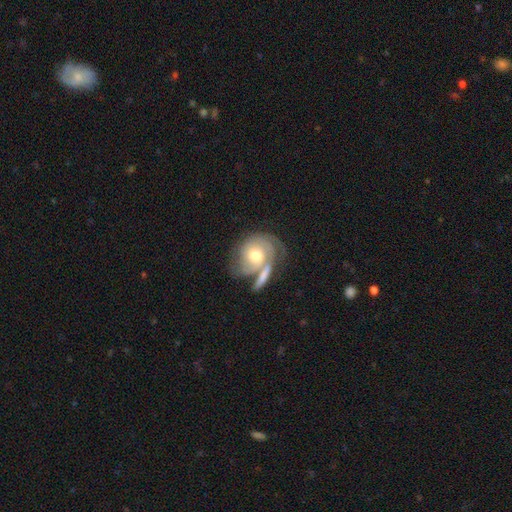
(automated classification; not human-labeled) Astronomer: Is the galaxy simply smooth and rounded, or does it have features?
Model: featured or disk — 68%.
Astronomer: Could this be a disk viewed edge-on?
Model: no — 95%.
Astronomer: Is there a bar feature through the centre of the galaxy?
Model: no — 73%.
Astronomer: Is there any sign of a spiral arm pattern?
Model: yes — 87%.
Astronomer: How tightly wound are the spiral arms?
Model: tight — 54% (runner-up: medium, 34%).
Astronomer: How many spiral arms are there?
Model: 2 — 43% (runner-up: can't tell, 30%).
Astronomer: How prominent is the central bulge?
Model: moderate — 68%.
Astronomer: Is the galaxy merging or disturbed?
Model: none — 40% (runner-up: merger, 29%).